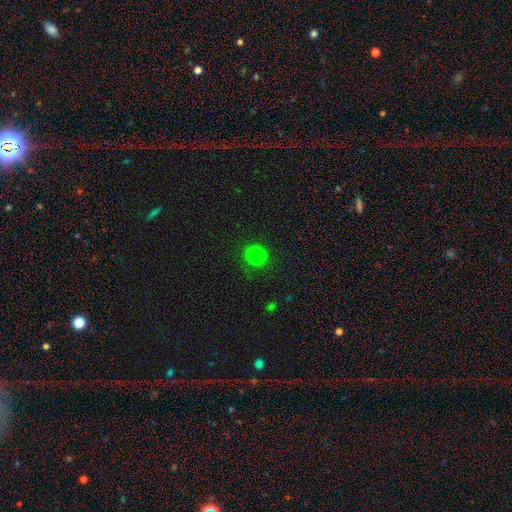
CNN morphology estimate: Overall: smooth (81%). How rounded: round (91%). Merging: none (89%).